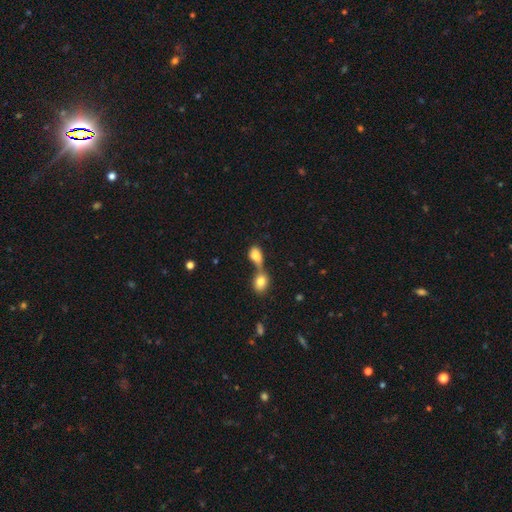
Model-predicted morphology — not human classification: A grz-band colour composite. It shows a smooth galaxy with no disk features (81%) that is in between round and cigar-shaped (70%). Merging: merger (68%).